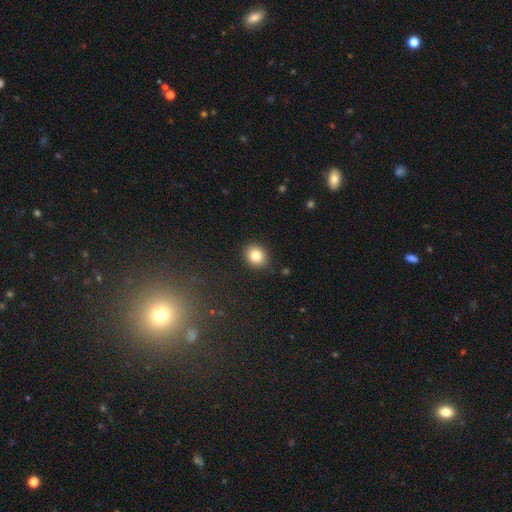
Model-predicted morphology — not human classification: smooth-or-featured: smooth: 82% | star or artifact: 10% | featured or disk: 8%
  how-rounded: round: 70% | in between: 29% | cigar-shaped: 1%
  merging: none: 90% | minor disturbance: 7% | major disturbance: 2% | merger: 1%